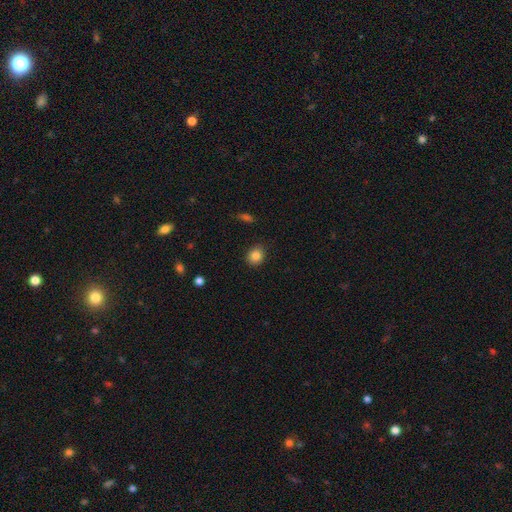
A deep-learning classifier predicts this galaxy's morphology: This appears to be a smooth galaxy with no disk features (85%) that is round (74%). Merging: none (88%).